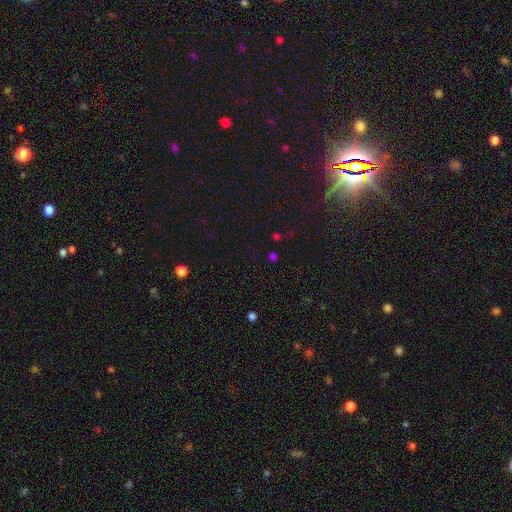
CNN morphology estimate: The model was most divided on "smooth or featured": star or artifact: 51%, smooth: 43%, featured or disk: 6%.